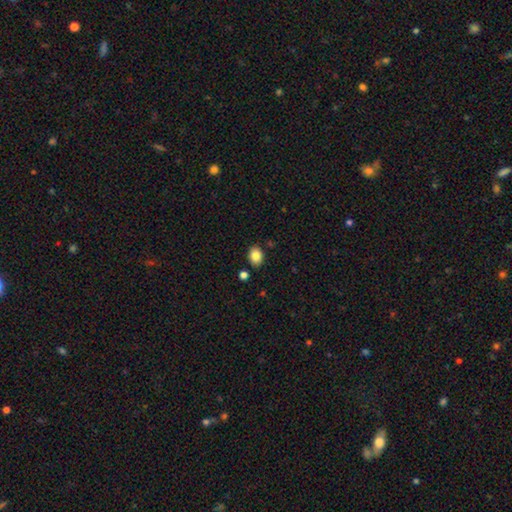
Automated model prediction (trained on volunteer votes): Smooth or featured? smooth (86%)
How rounded? in between (60%)
Merging? none (85%)